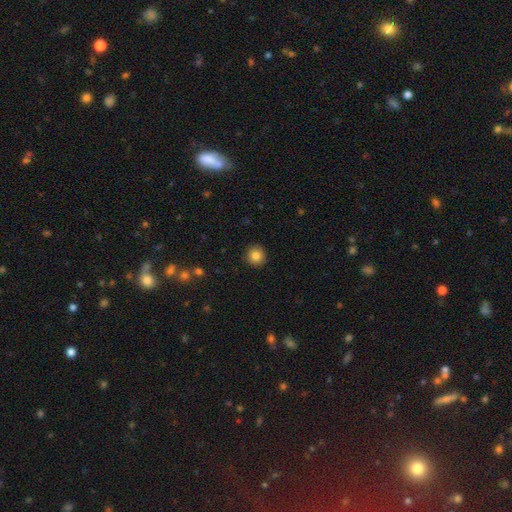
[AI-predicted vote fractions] Smooth or featured?
  - smooth: 84% *
  - star or artifact: 10%
  - featured or disk: 6%
How rounded?
  - round: 94% *
  - in between: 5%
  - cigar-shaped: 1%
Merging?
  - none: 92% *
  - minor disturbance: 5%
  - major disturbance: 2%
  - merger: 1%